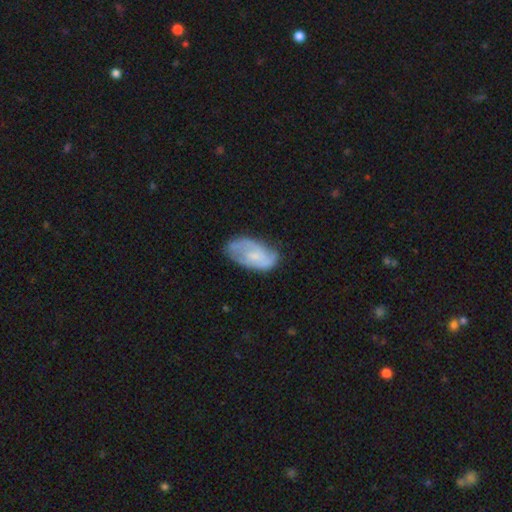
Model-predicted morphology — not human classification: smooth-or-featured: featured or disk: 61% | smooth: 32% | star or artifact: 6%
  disk-edge-on: no: 96% | yes: 4%
    bar: no: 63% | weak: 32% | strong: 5%
    has-spiral-arms: yes: 84% | no: 16%
    bulge-size: small: 62% | moderate: 21% | none: 14% | large: 2% | dominant: 1%
  merging: none: 58% | minor disturbance: 29% | major disturbance: 11% | merger: 2%